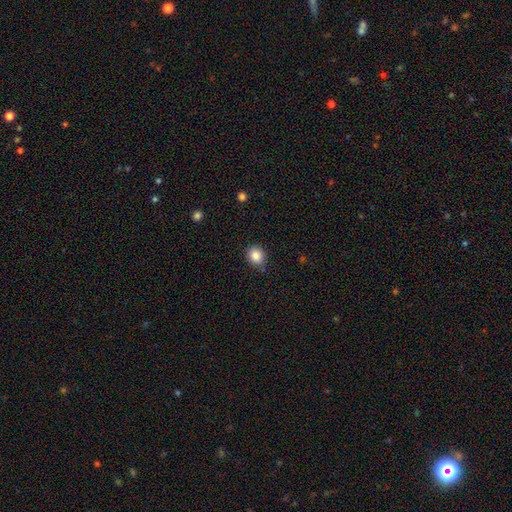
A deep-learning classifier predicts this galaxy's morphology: smooth 86%, star or artifact 10%, featured or disk 5%. Down the decision tree: how rounded — round (72%); merging — none (81%).